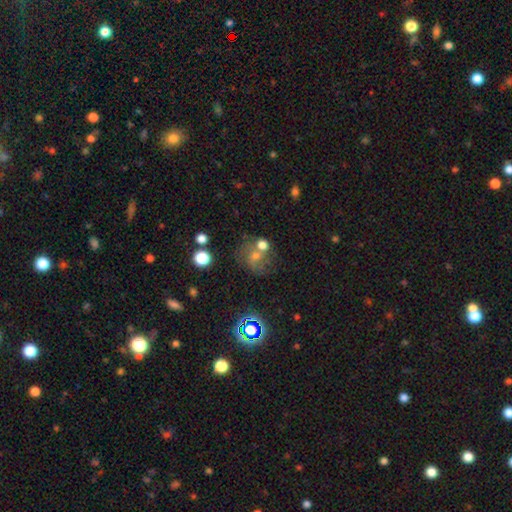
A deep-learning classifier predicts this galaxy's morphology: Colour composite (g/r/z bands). It shows a smooth galaxy with no disk features (38%). Merging: none (43%).